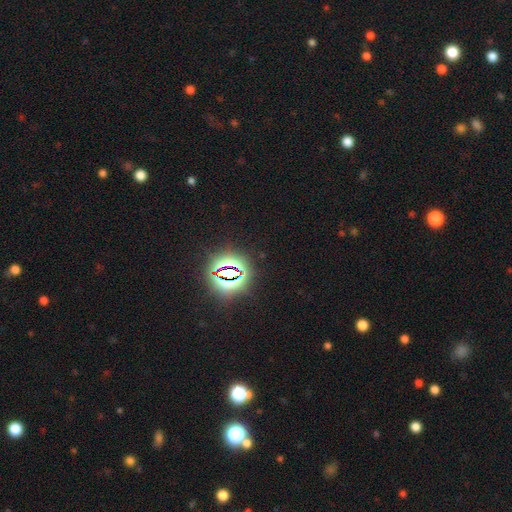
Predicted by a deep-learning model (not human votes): Smooth or featured?
  - star or artifact: 83% *
  - smooth: 10%
  - featured or disk: 6%